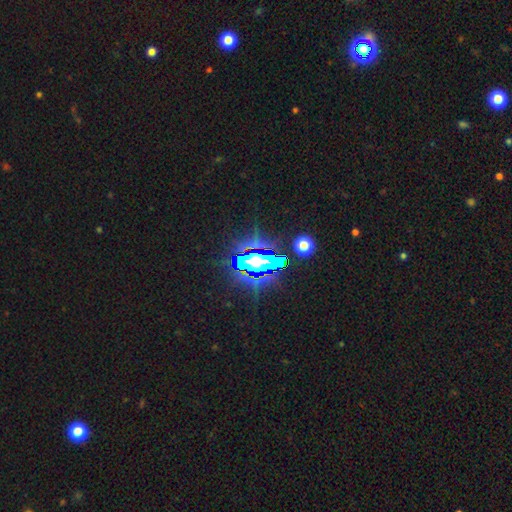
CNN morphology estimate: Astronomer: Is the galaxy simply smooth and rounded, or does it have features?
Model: star or artifact — 74%.